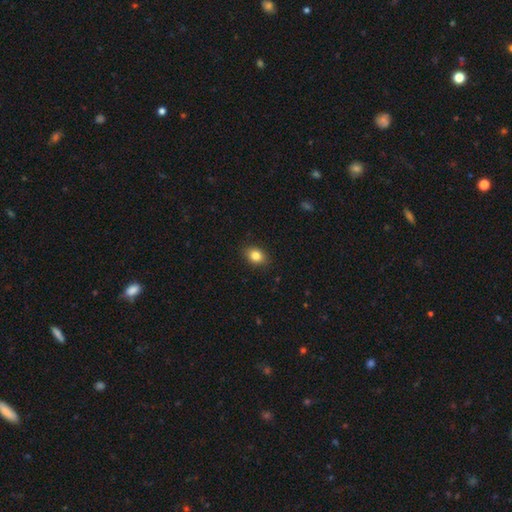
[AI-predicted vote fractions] Smooth or featured: smooth — 84% (star or artifact — 10%)
How rounded: in between — 61% (round — 38%)
Merging: none — 88% (minor disturbance — 9%)